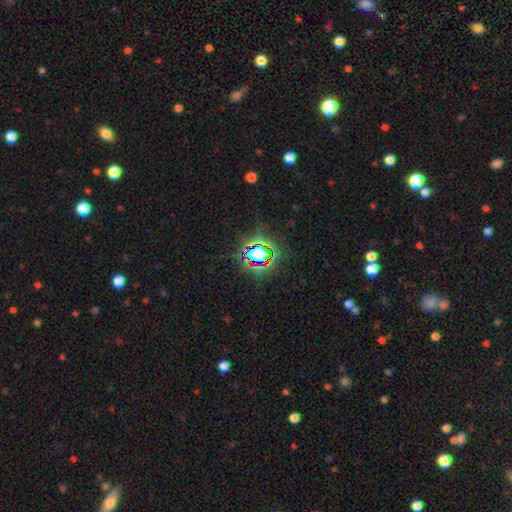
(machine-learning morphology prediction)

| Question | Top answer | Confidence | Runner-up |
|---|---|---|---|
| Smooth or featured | star or artifact | 71% | smooth (19%) |